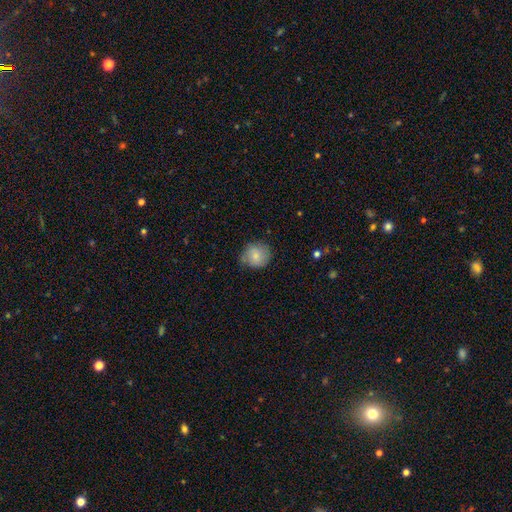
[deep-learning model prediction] This appears to be a smooth galaxy with no disk features (79%) that is round (85%). Merging: none (70%).